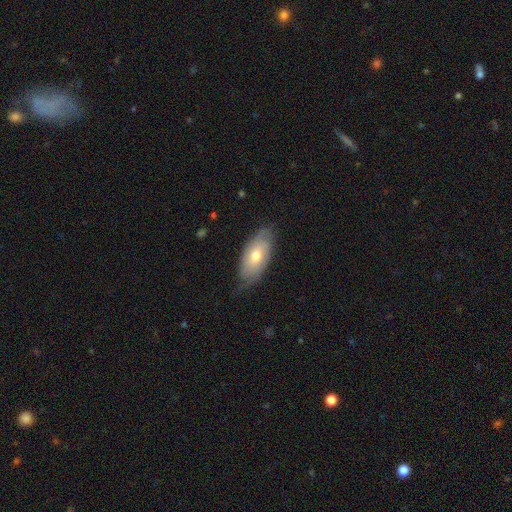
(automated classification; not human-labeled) A smooth galaxy with no disk features (56%) that is in between round and cigar-shaped (90%). Merging: none (68%).